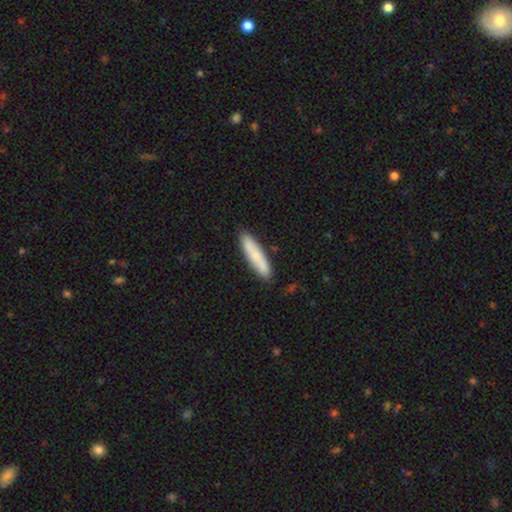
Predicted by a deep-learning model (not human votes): Smooth or featured? smooth (76%)
How rounded? cigar-shaped (84%)
Merging? none (86%)